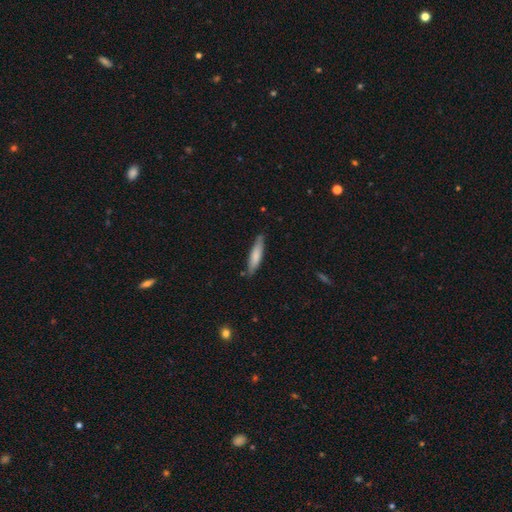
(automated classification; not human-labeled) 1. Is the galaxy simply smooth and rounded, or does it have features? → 74% smooth, 20% featured or disk, 5% star or artifact.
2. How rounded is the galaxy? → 80% cigar-shaped, 19% in between, 1% round.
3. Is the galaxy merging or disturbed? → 81% none, 15% minor disturbance, 2% major disturbance, 2% merger.